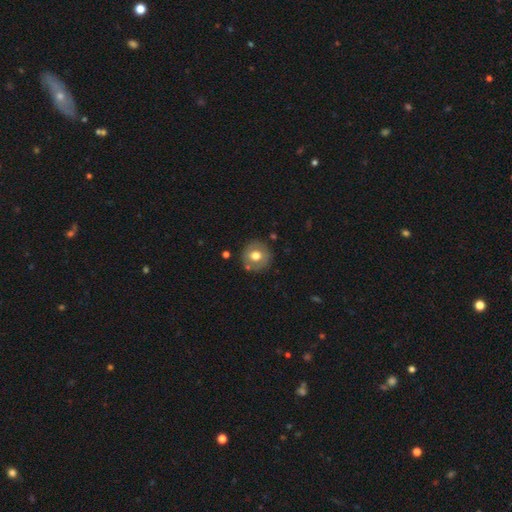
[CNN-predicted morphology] smooth 63%, featured or disk 29%, star or artifact 8%. Down the decision tree: how rounded — round (90%); merging — none (82%).